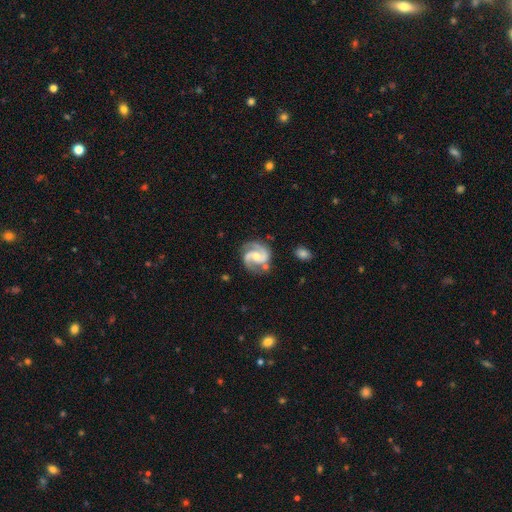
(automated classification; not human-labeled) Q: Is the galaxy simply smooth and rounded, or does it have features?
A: featured or disk — 92%.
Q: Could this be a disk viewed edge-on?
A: no — 98%.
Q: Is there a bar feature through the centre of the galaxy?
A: no — 51%.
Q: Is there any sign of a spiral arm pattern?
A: yes — 98%.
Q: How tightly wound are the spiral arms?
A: medium — 58%.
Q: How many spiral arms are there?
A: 2 — 89%.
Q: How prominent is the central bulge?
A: moderate — 52%.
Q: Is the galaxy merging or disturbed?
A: none — 75%.